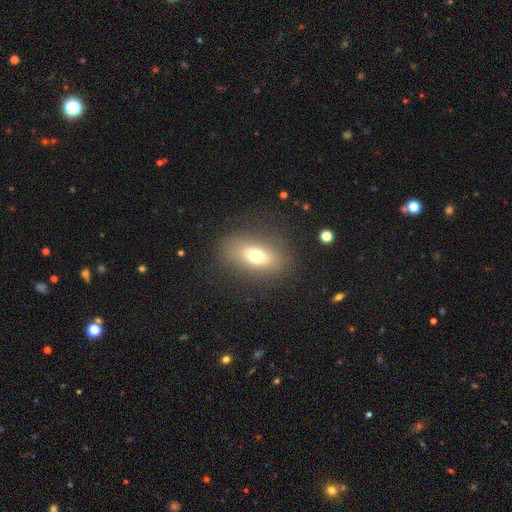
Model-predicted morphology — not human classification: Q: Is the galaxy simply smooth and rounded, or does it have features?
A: smooth — 68%.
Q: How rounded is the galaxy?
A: in between — 80%.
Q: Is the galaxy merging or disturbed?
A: none — 82%.